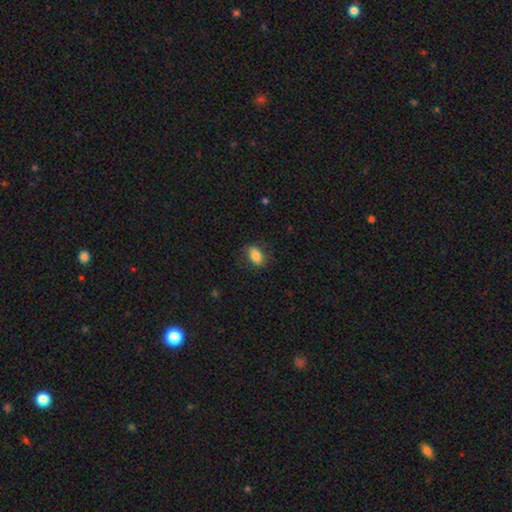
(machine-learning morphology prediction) A smooth galaxy with no disk features (83%) that is in between round and cigar-shaped (88%).

Vote fractions:
- Smooth or featured? smooth: 83% / featured or disk: 10% / star or artifact: 8%
- How rounded? in between: 88% / round: 10% / cigar-shaped: 2%
- Merging? none: 81% / minor disturbance: 14% / major disturbance: 4% / merger: 1%